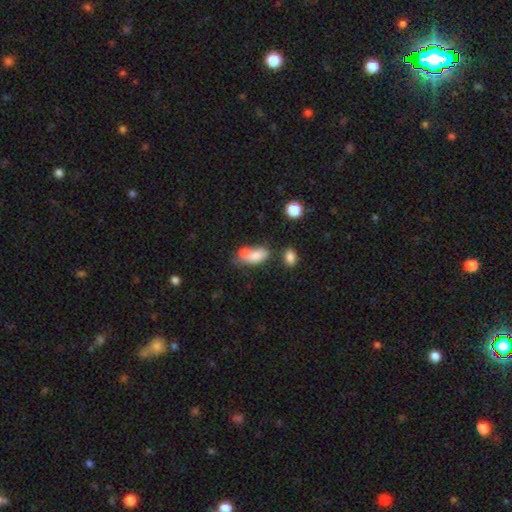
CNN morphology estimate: Smooth or featured? Predicted: smooth (p=0.75). How rounded? Predicted: in between (p=0.85). Merging? Predicted: merger (p=0.49).